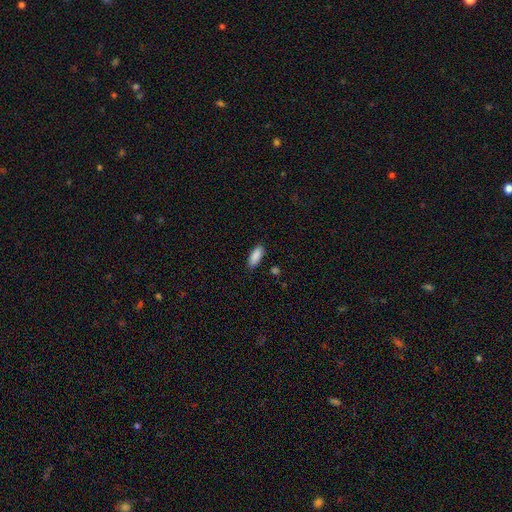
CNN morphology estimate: Smooth or featured: smooth — 89% (star or artifact — 6%)
How rounded: in between — 77% (cigar-shaped — 21%)
Merging: none — 85% (minor disturbance — 11%)